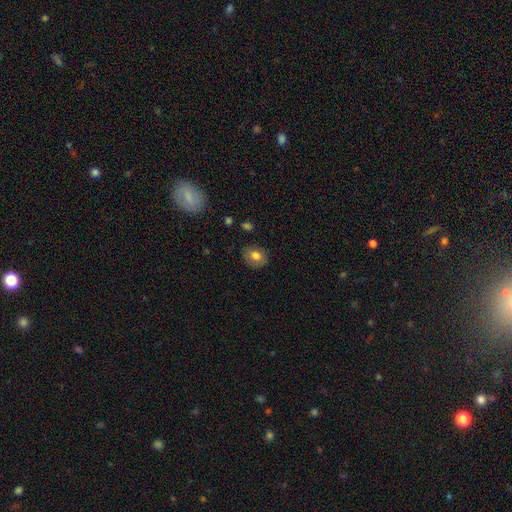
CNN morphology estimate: smooth-or-featured: smooth: 75% | featured or disk: 17% | star or artifact: 9%
  how-rounded: round: 53% | in between: 46% | cigar-shaped: 1%
  merging: none: 81% | minor disturbance: 15% | major disturbance: 3% | merger: 1%